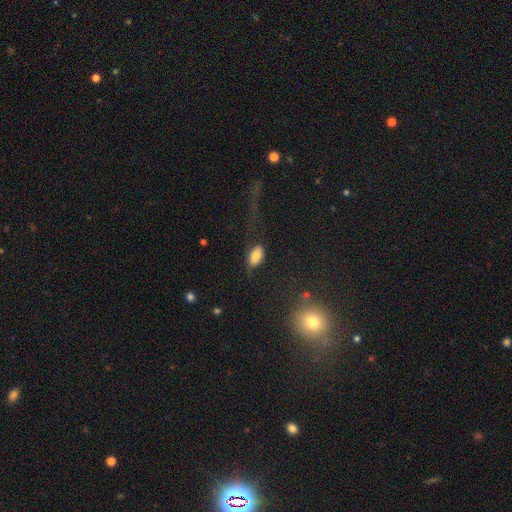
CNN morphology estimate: Smooth or featured?
  - smooth: 77% *
  - featured or disk: 15%
  - star or artifact: 8%
How rounded?
  - in between: 92% *
  - round: 5%
  - cigar-shaped: 3%
Merging?
  - none: 63% *
  - minor disturbance: 19%
  - major disturbance: 15%
  - merger: 3%